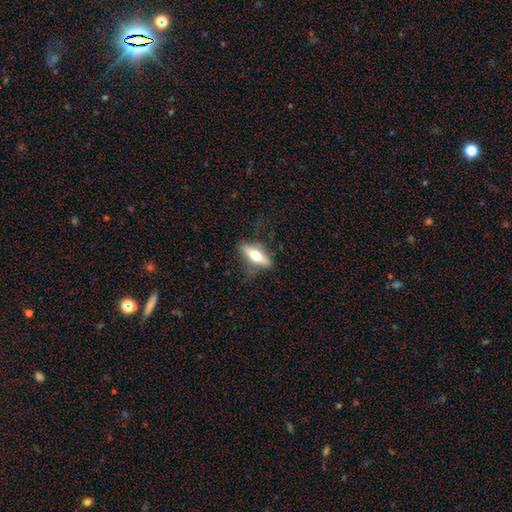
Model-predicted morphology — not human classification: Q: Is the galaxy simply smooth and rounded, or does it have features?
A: smooth — 50%.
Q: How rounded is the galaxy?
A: in between — 62%.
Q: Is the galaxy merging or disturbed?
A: none — 72%.